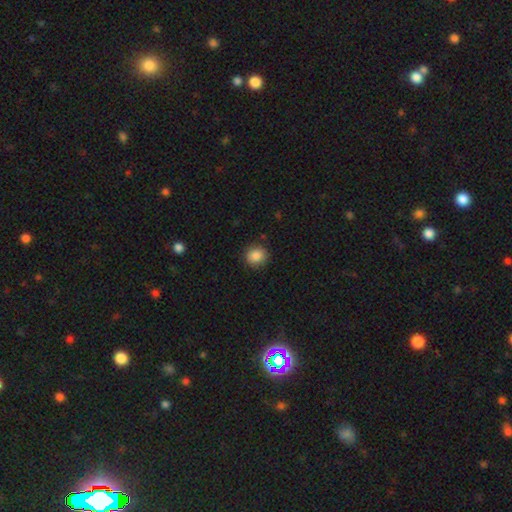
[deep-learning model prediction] This is clearly a smooth galaxy (87%). How rounded: clearly round (85%). Merging: clearly none (88%).